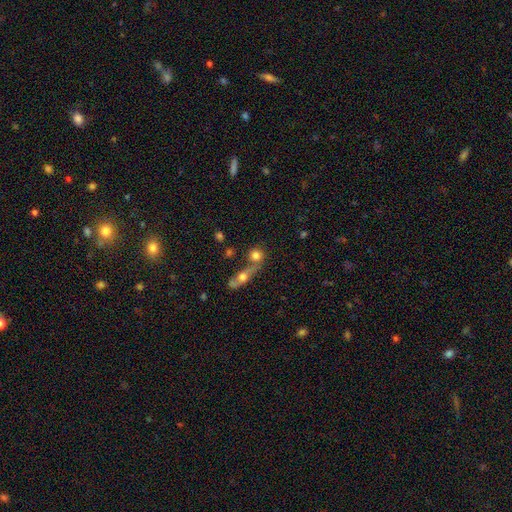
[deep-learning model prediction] Morphology: type=smooth (75%); roundness=round (82%); merging=none (45%).